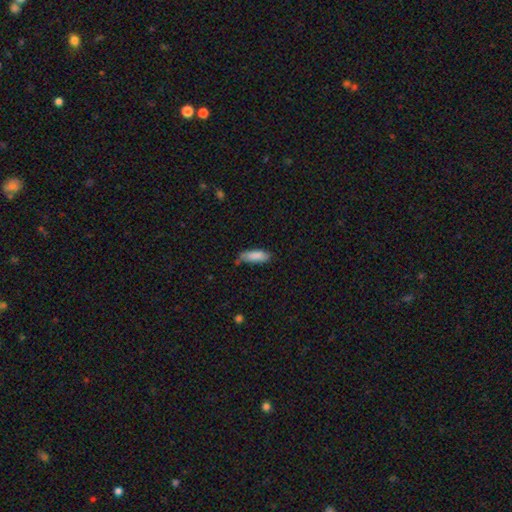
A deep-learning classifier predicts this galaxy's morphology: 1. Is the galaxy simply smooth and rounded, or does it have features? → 86% smooth, 7% featured or disk, 7% star or artifact.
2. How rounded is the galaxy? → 62% in between, 37% cigar-shaped, 2% round.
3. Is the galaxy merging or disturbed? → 58% none, 31% minor disturbance, 7% major disturbance, 4% merger.